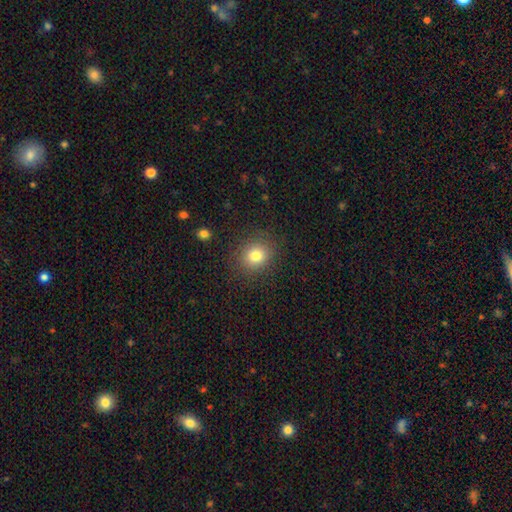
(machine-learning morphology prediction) A smooth galaxy with no disk features (79%) that is round (75%).

Vote fractions:
- Smooth or featured? smooth: 79% / star or artifact: 12% / featured or disk: 9%
- How rounded? round: 75% / in between: 24% / cigar-shaped: 1%
- Merging? none: 87% / minor disturbance: 9% / major disturbance: 4% / merger: 1%